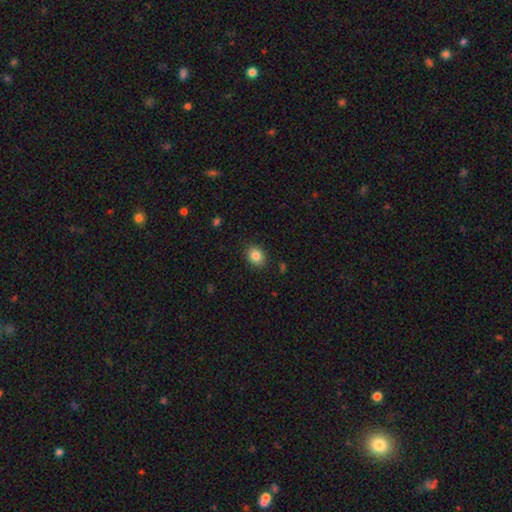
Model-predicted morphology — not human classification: Q: Smooth or featured?
A: smooth (85%); runner-up: star or artifact (9%)
Q: How rounded?
A: round (51%); runner-up: in between (48%)
Q: Merging?
A: none (88%); runner-up: minor disturbance (8%)